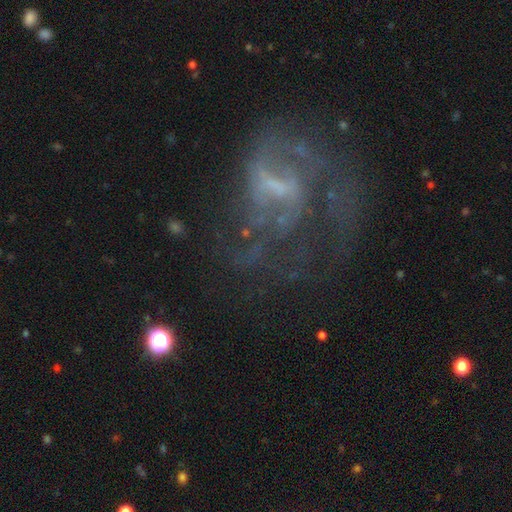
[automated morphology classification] This is likely a featured or disk galaxy (72%). It is clearly not viewed edge-on (97%). Bar: possibly weak (47%). Spiral arm pattern: likely yes (65%). Central bulge: marginally small (44%). Merging: marginally none (42%).